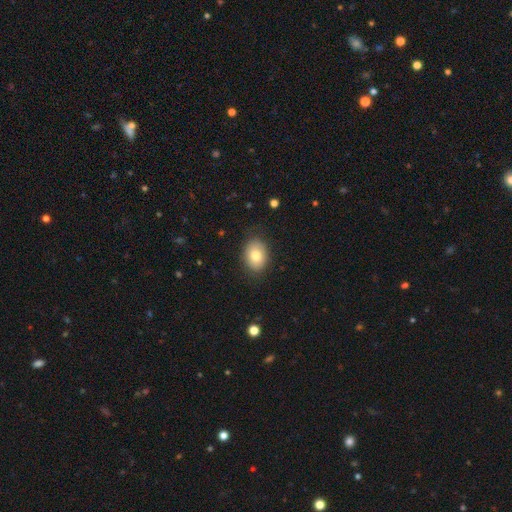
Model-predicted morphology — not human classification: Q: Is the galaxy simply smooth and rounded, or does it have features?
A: smooth — 80%.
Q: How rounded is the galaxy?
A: in between — 70%.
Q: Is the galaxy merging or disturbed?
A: none — 83%.